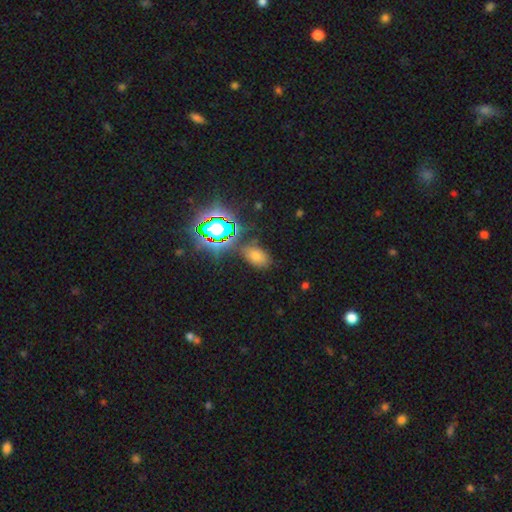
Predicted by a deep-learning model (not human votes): Smooth or featured? Predicted: smooth (p=0.55). How rounded? Predicted: in between (p=0.85). Merging? Predicted: none (p=0.77).